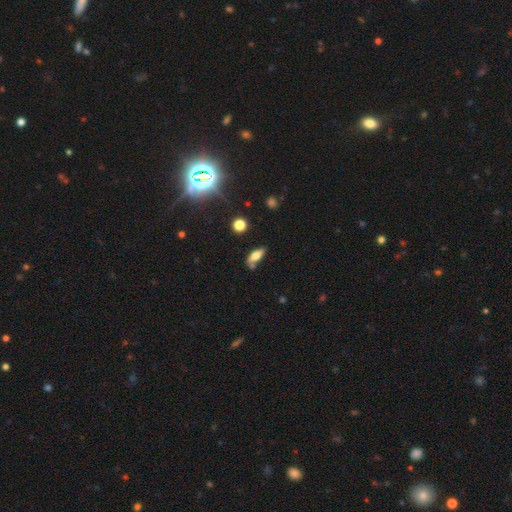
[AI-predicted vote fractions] Smooth or featured? smooth (66%)
How rounded? in between (71%)
Merging? none (55%)